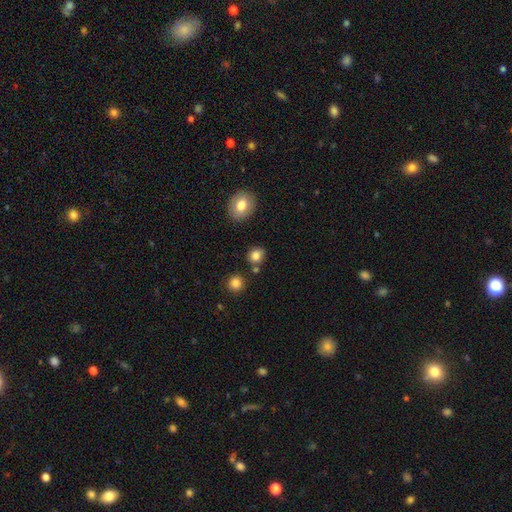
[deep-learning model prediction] Morphology: type=smooth (82%); roundness=round (75%); merging=none (79%).